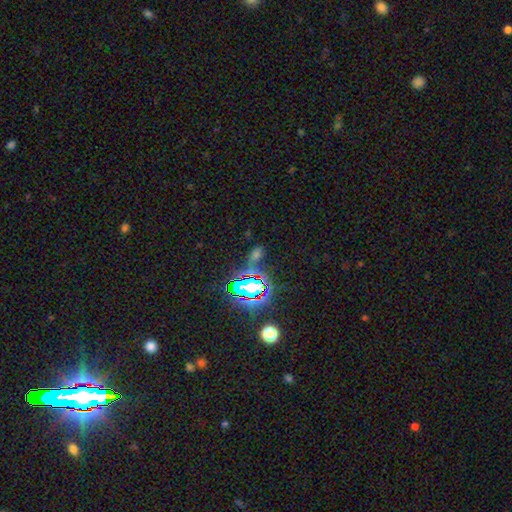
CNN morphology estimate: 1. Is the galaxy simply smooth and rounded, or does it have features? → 58% star or artifact, 31% smooth, 11% featured or disk.